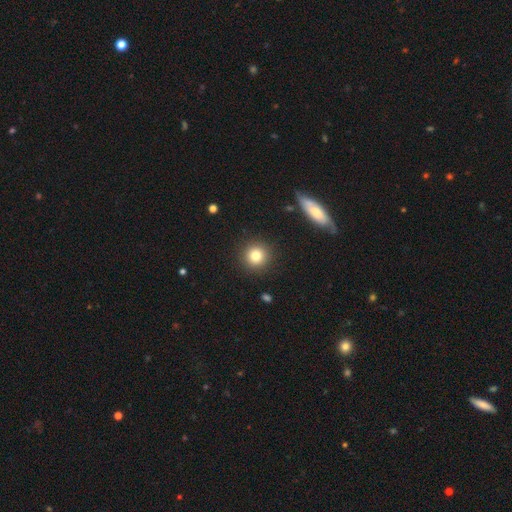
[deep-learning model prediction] Smooth or featured?
  - smooth: 81% *
  - star or artifact: 11%
  - featured or disk: 8%
How rounded?
  - round: 94% *
  - in between: 5%
  - cigar-shaped: 1%
Merging?
  - none: 91% *
  - minor disturbance: 5%
  - major disturbance: 2%
  - merger: 1%